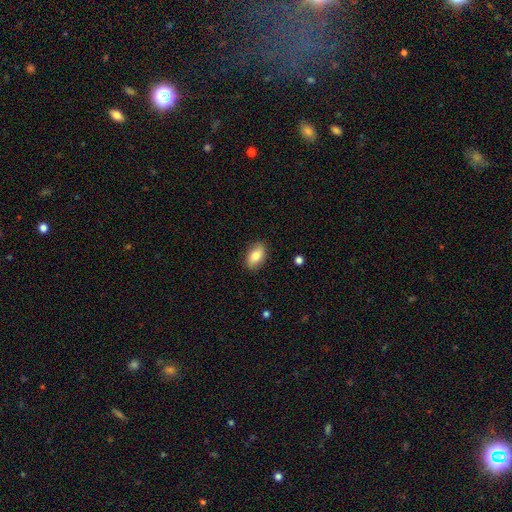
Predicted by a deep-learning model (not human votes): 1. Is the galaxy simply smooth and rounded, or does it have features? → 77% smooth, 16% featured or disk, 7% star or artifact.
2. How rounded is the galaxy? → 89% in between, 8% round, 3% cigar-shaped.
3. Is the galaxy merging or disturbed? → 86% none, 11% minor disturbance, 2% major disturbance, 1% merger.